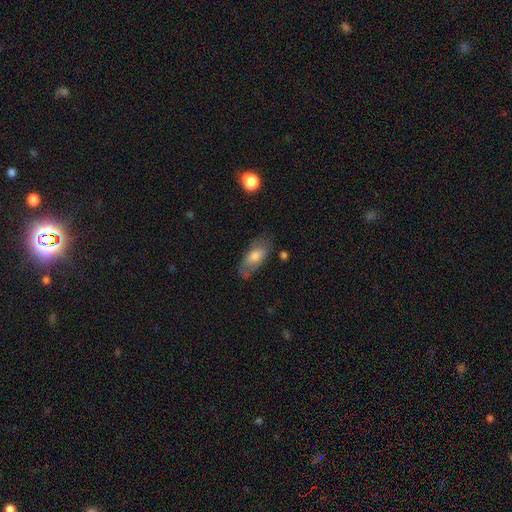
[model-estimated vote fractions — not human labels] Q: Smooth or featured?
A: smooth (67%); runner-up: featured or disk (26%)
Q: How rounded?
A: in between (86%); runner-up: cigar-shaped (10%)
Q: Merging?
A: none (61%); runner-up: minor disturbance (25%)